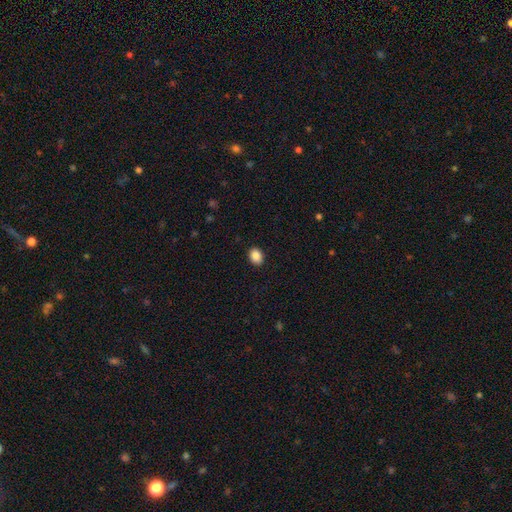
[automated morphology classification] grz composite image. It shows a smooth galaxy with no disk features (88%) that is in between round and cigar-shaped (66%). Merging: none (90%).